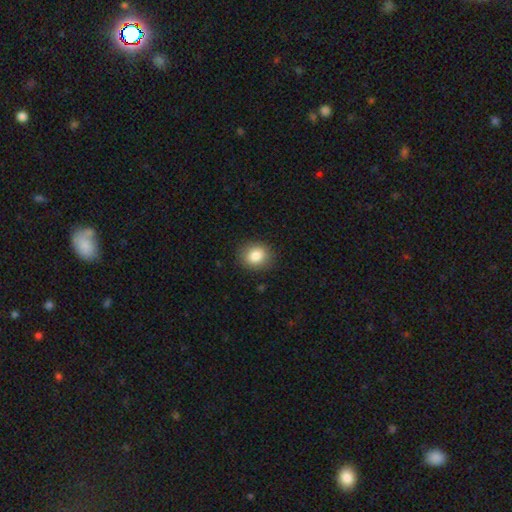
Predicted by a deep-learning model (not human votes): This is clearly a smooth galaxy (85%). How rounded: likely round (63%). Merging: clearly none (87%).